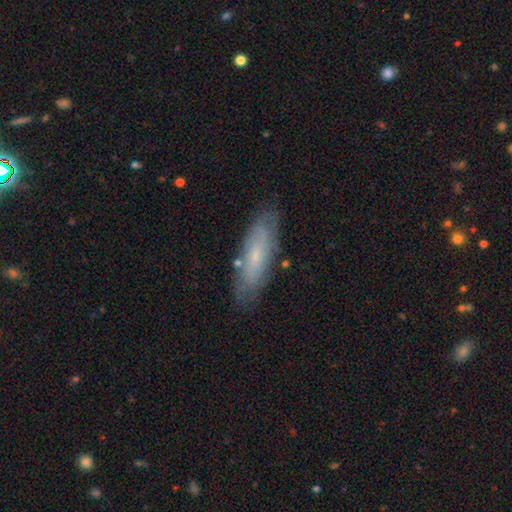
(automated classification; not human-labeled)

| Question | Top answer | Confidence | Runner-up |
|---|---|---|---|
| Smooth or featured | smooth | 51% | featured or disk (42%) |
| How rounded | cigar-shaped | 54% | in between (44%) |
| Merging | none | 79% | minor disturbance (15%) |